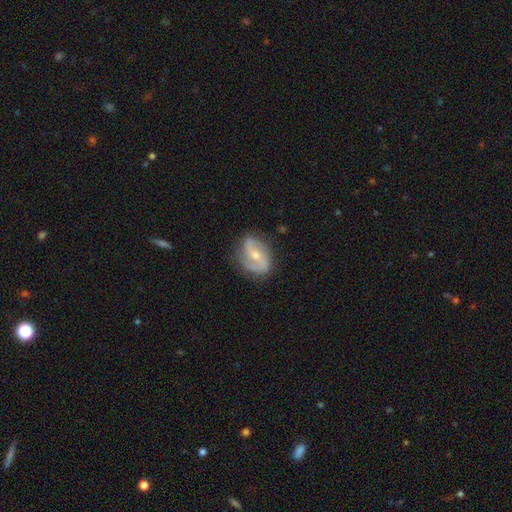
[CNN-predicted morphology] Q: Smooth or featured?
A: featured or disk (82%); runner-up: smooth (12%)
Q: Edge-on disk?
A: no (97%); runner-up: yes (3%)
Q: Bar?
A: weak (40%); runner-up: no (32%)
Q: Spiral arms?
A: yes (94%); runner-up: no (6%)
Q: Spiral winding?
A: loose (41%); tied with: medium (41%)
Q: Spiral arm count?
A: 2 (87%); runner-up: can't tell (5%)
Q: Bulge size?
A: small (49%); runner-up: moderate (48%)
Q: Merging?
A: none (75%); runner-up: minor disturbance (18%)